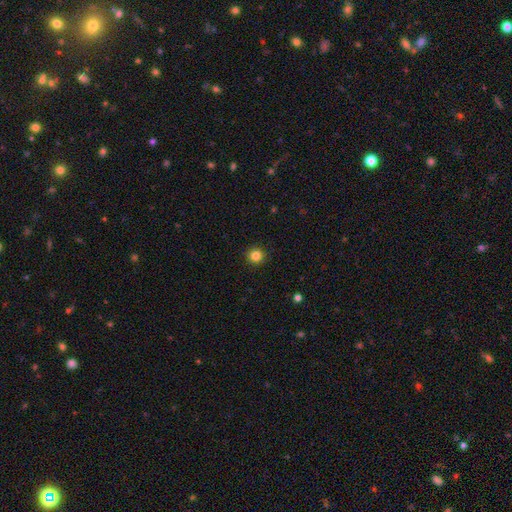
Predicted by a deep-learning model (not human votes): Overall: smooth (84%). How rounded: round (95%). Merging: none (93%).